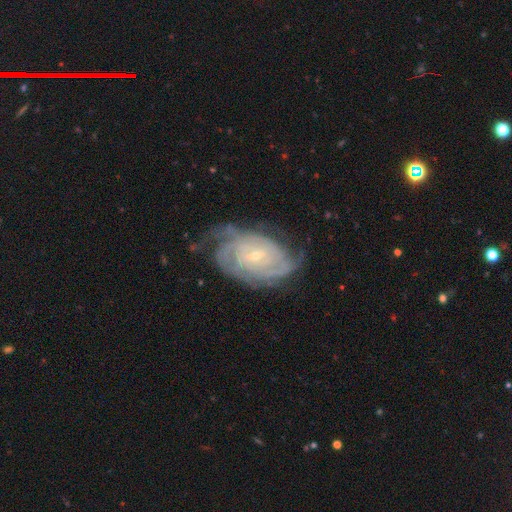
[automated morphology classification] Smooth or featured?
  - featured or disk: 87% *
  - smooth: 7%
  - star or artifact: 6%
Edge-on disk?
  - no: 96% *
  - yes: 4%
Bar?
  - no: 55% *
  - weak: 35%
  - strong: 10%
Spiral arms?
  - yes: 97% *
  - no: 3%
Spiral winding?
  - tight: 74% *
  - medium: 21%
  - loose: 4%
Spiral arm count?
  - can't tell: 32% *
  - 4: 19%
  - 2: 17%
  - 3: 17%
  - more than 4: 8%
  - 1: 6%
Bulge size?
  - small: 78% *
  - moderate: 19%
  - none: 1%
  - large: 1%
  - dominant: 1%
Merging?
  - none: 65% *
  - minor disturbance: 23%
  - major disturbance: 11%
  - merger: 2%